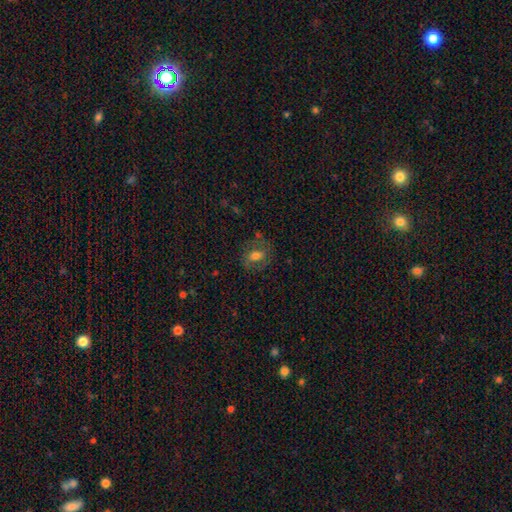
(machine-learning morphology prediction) smooth 55%, featured or disk 33%, star or artifact 12%. Down the decision tree: how rounded — in between (62%); merging — none (69%).